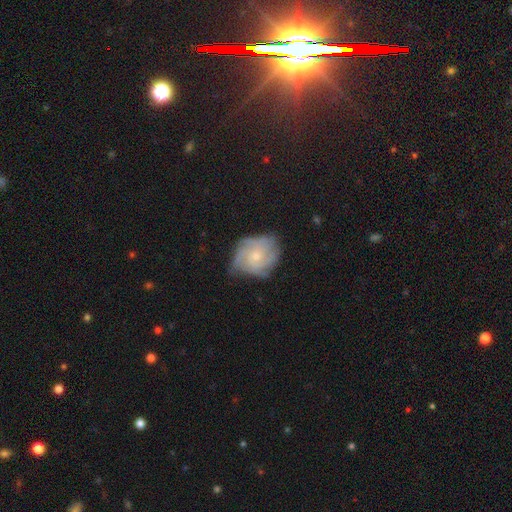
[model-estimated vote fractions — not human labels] Q: Smooth or featured?
A: featured or disk (72%); runner-up: smooth (20%)
Q: Edge-on disk?
A: no (97%); runner-up: yes (3%)
Q: Bar?
A: no (78%); runner-up: weak (20%)
Q: Spiral arms?
A: yes (93%); runner-up: no (7%)
Q: Spiral winding?
A: tight (52%); runner-up: medium (37%)
Q: Spiral arm count?
A: 4 (30%); runner-up: can't tell (28%)
Q: Bulge size?
A: small (64%); runner-up: moderate (32%)
Q: Merging?
A: none (62%); runner-up: minor disturbance (27%)